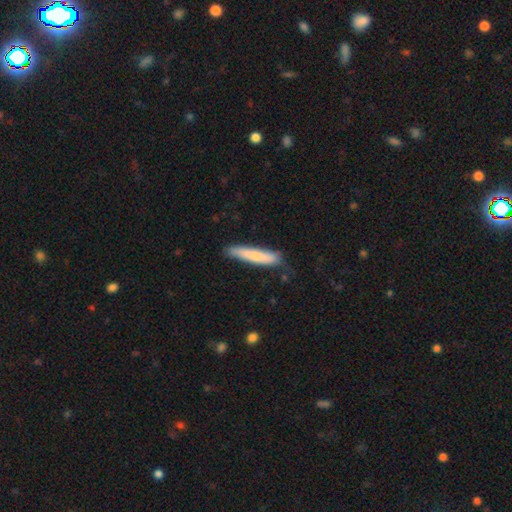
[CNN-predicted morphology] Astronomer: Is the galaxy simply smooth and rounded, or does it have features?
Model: smooth — 74%.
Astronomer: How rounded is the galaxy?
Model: cigar-shaped — 92%.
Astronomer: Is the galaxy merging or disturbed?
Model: none — 79%.